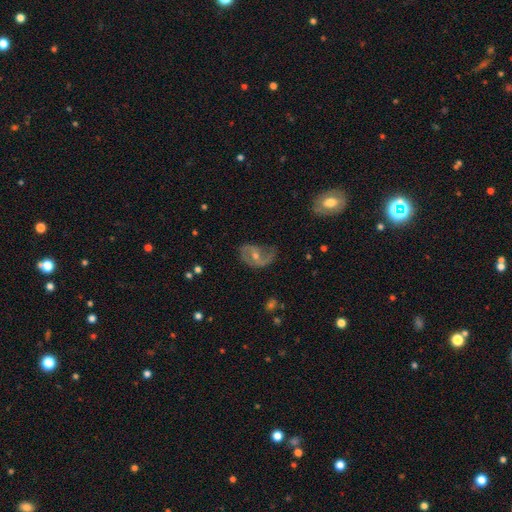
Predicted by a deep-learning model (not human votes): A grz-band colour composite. It shows a featured or disk galaxy (78%) with no bar (51%), 2 (63%) medium (42%) spiral arms (90%) and a small central bulge (48%, tied with moderate). Merging: none (53%).